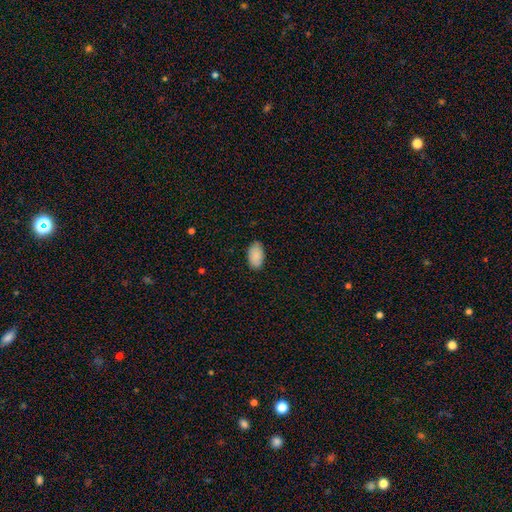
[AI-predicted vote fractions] Smooth or featured? smooth (90%)
How rounded? in between (95%)
Merging? none (83%)